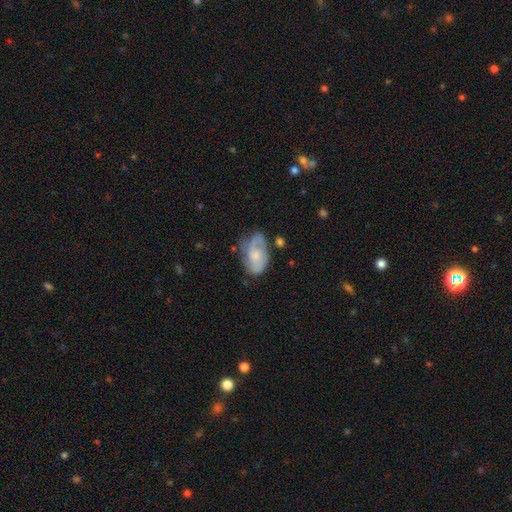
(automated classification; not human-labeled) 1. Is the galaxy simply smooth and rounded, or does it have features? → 56% featured or disk, 37% smooth, 7% star or artifact.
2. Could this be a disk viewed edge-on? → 96% no, 4% yes.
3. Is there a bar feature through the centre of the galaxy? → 69% no, 26% weak, 4% strong.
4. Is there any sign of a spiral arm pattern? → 79% yes, 21% no.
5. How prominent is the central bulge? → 39% moderate, 38% small, 14% none, 7% large, 2% dominant.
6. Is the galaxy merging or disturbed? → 56% none, 27% minor disturbance, 13% major disturbance, 4% merger.